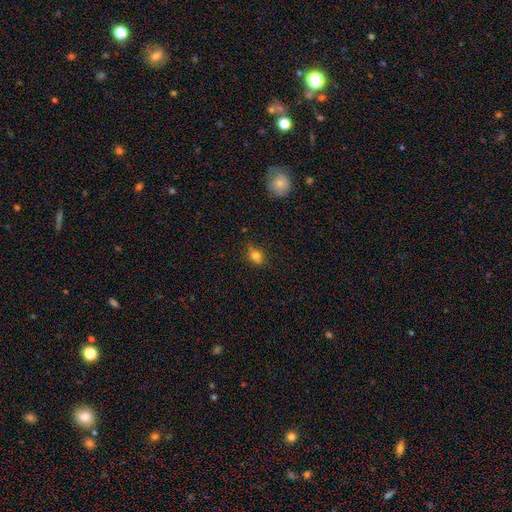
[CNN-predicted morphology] Smooth or featured?
  - smooth: 76% *
  - star or artifact: 13%
  - featured or disk: 11%
How rounded?
  - in between: 56% *
  - round: 41%
  - cigar-shaped: 3%
Merging?
  - none: 76% *
  - minor disturbance: 19%
  - major disturbance: 4%
  - merger: 2%